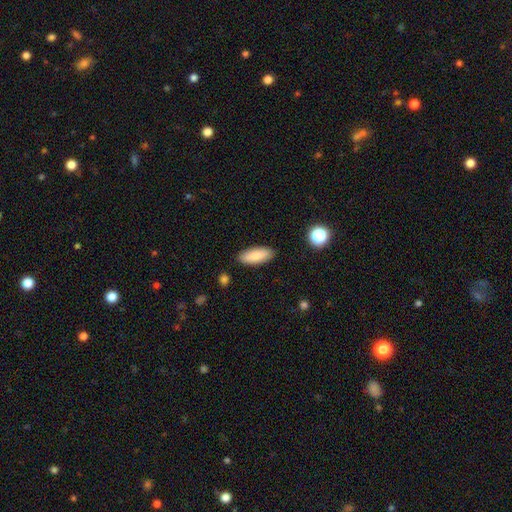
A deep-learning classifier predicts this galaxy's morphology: Overall: smooth (81%). How rounded: in between (75%). Merging: none (88%).